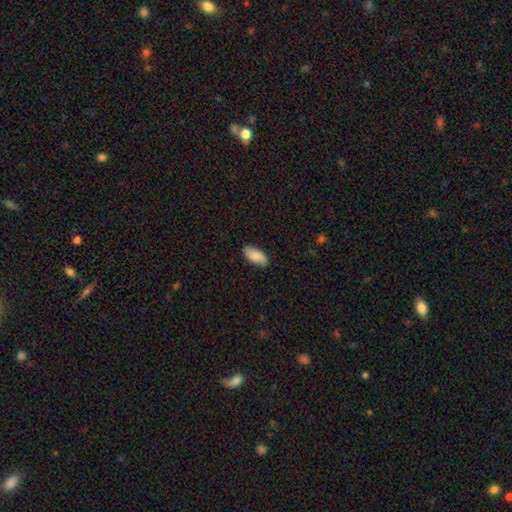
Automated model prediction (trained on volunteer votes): Smooth or featured: smooth — 85% (featured or disk — 9%)
How rounded: in between — 90% (cigar-shaped — 8%)
Merging: none — 85% (minor disturbance — 12%)